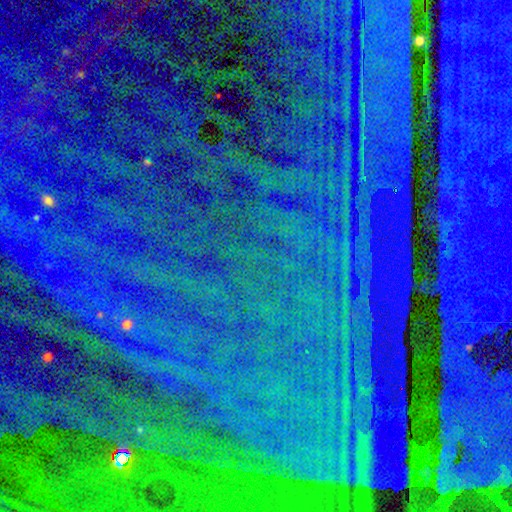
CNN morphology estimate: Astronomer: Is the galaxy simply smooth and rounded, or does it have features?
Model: star or artifact — 88%.